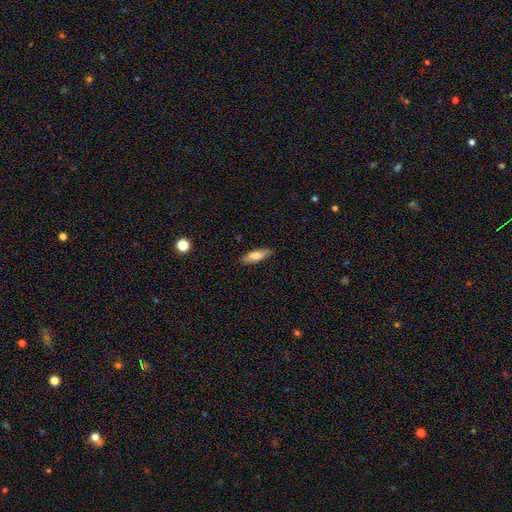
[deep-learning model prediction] This appears to be a smooth galaxy with no disk features (79%) that is in between round and cigar-shaped (54%). Merging: none (85%).